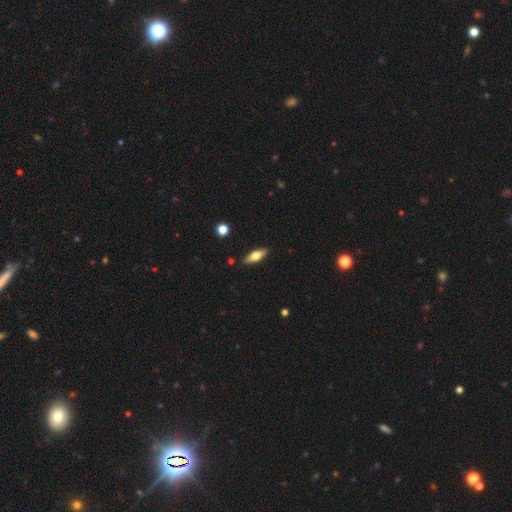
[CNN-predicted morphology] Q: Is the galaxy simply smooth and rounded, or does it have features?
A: smooth — 62%.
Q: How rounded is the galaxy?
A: in between — 62%.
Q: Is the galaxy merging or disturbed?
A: none — 87%.